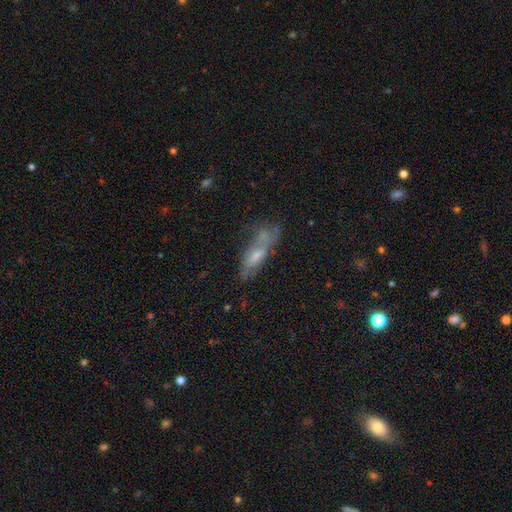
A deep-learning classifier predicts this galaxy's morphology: A featured or disk galaxy (51%). Merging: none (46%).